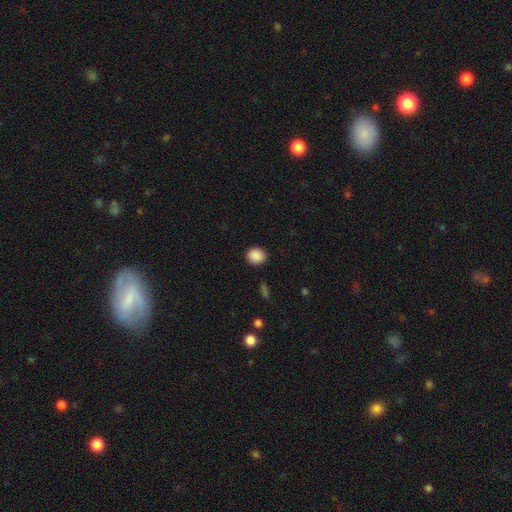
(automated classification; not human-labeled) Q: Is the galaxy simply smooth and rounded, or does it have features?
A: smooth — 89%.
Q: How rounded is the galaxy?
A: round — 77%.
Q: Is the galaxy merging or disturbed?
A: none — 90%.